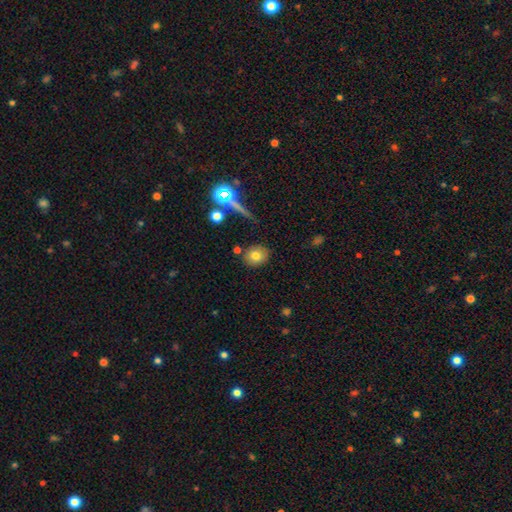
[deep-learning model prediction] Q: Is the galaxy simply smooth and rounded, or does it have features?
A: smooth — 75%.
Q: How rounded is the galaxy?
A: round — 72%.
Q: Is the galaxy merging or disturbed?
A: none — 83%.